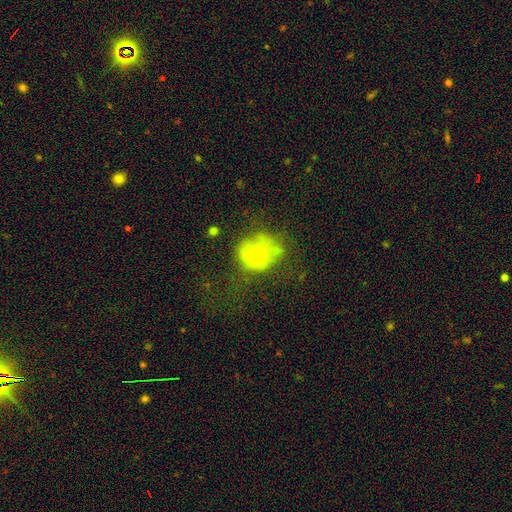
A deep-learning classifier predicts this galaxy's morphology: Q: Smooth or featured?
A: featured or disk (44%); runner-up: smooth (43%)
Q: Merging?
A: merger (34%); runner-up: none (28%)